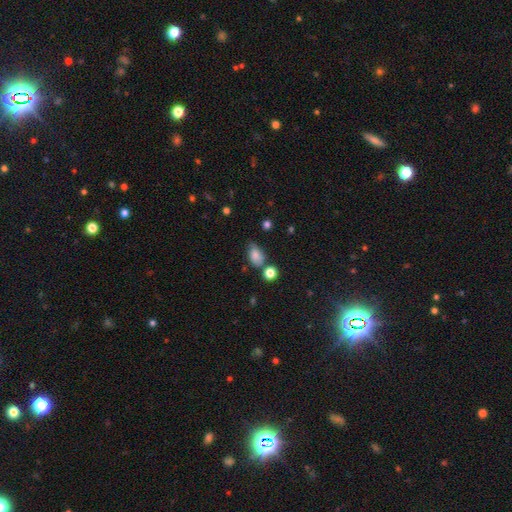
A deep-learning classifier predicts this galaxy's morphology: smooth 77%, featured or disk 13%, star or artifact 11%. Down the decision tree: how rounded — in between (84%); merging — none (53%).